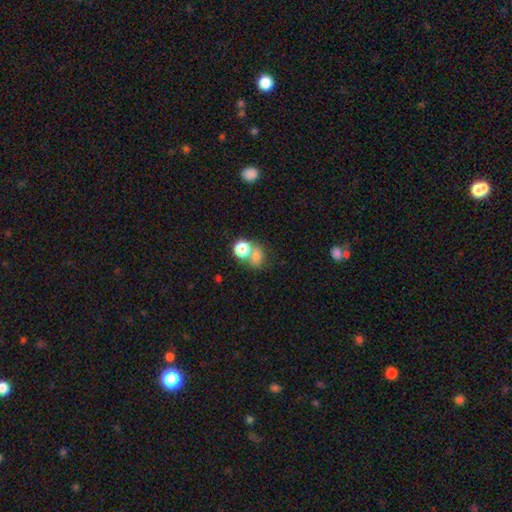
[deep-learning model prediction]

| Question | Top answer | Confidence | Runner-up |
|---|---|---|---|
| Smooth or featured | smooth | 74% | star or artifact (15%) |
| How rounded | round | 60% | in between (39%) |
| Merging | merger | 49% | none (35%) |